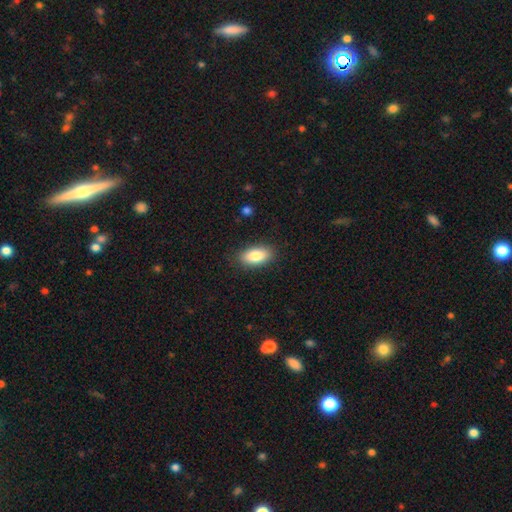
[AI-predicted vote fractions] Overall: smooth (83%). How rounded: in between (91%). Merging: none (87%).